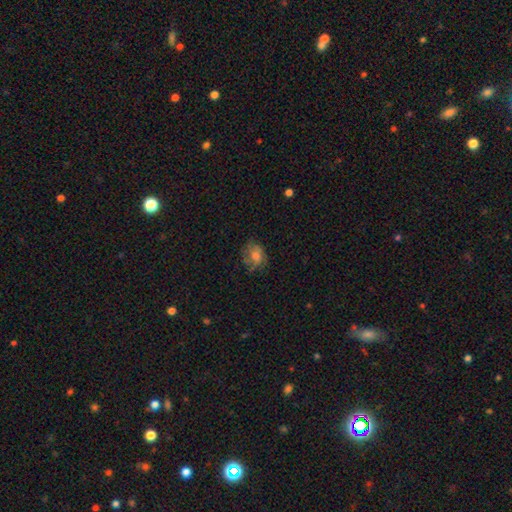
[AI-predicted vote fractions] A smooth galaxy with no disk features (57%) that is round (53%).

Vote fractions:
- Smooth or featured? smooth: 57% / featured or disk: 32% / star or artifact: 12%
- How rounded? round: 53% / in between: 46% / cigar-shaped: 1%
- Merging? none: 64% / minor disturbance: 24% / major disturbance: 11% / merger: 1%